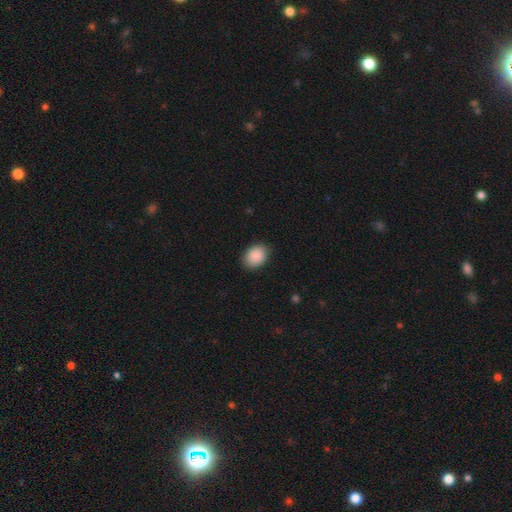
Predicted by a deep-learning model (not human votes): A smooth galaxy with no disk features (88%) that is in between round and cigar-shaped (63%). Merging: none (86%).